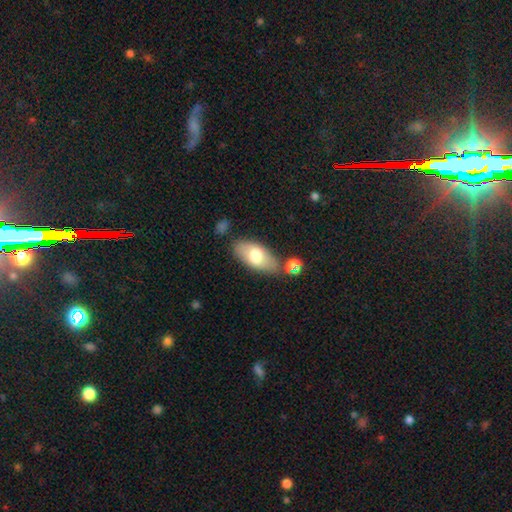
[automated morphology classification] Overall: smooth (70%). How rounded: in between (89%). Merging: none (73%).